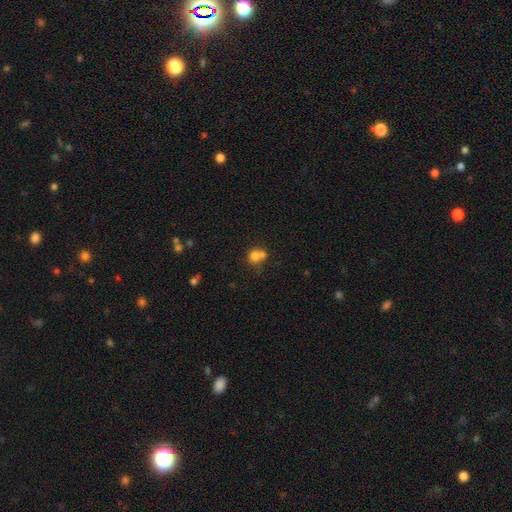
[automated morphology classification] A smooth galaxy with no disk features (74%) that is round (77%).

Vote fractions:
- Smooth or featured? smooth: 74% / featured or disk: 14% / star or artifact: 12%
- How rounded? round: 77% / in between: 22% / cigar-shaped: 1%
- Merging? merger: 53% / none: 34% / minor disturbance: 9% / major disturbance: 4%